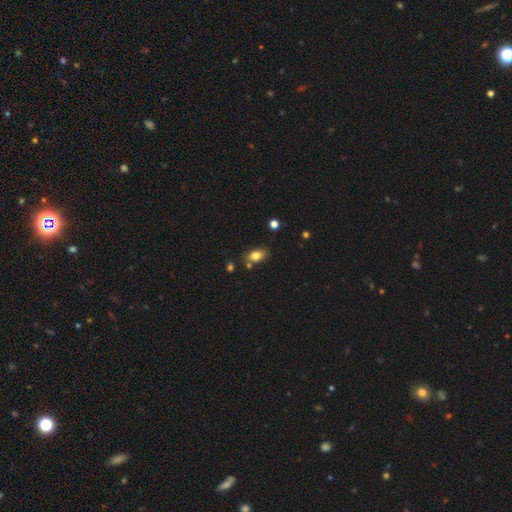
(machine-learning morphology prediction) Smooth or featured: smooth — 82% (star or artifact — 10%)
How rounded: in between — 81% (round — 18%)
Merging: none — 74% (minor disturbance — 15%)